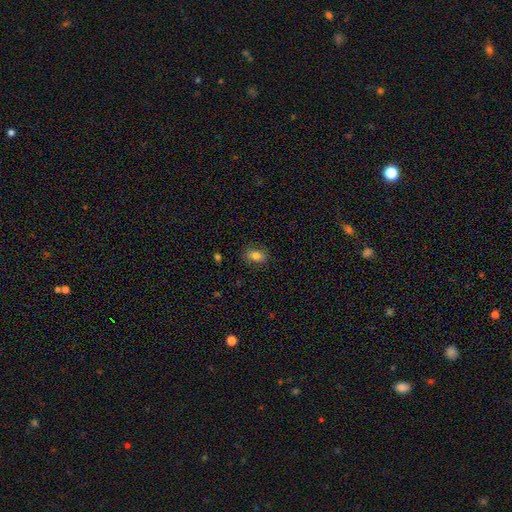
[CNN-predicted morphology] A smooth galaxy with no disk features (78%) that is in between round and cigar-shaped (79%).

Vote fractions:
- Smooth or featured? smooth: 78% / featured or disk: 12% / star or artifact: 10%
- How rounded? in between: 79% / round: 18% / cigar-shaped: 3%
- Merging? none: 84% / minor disturbance: 12% / major disturbance: 3% / merger: 1%